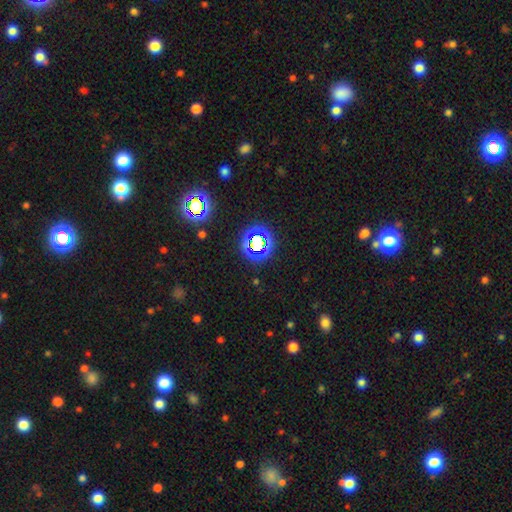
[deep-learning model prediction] smooth-or-featured: star or artifact: 73% | smooth: 19% | featured or disk: 8%